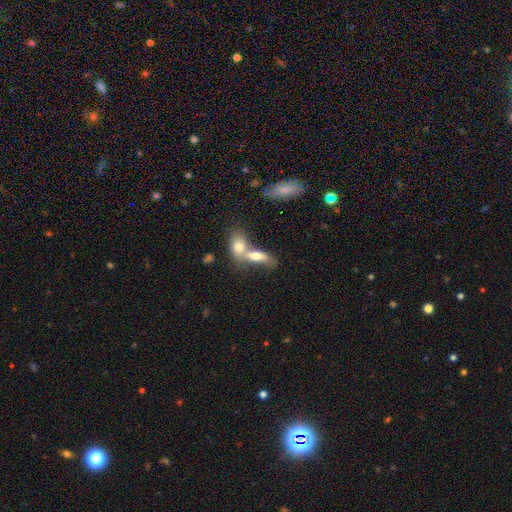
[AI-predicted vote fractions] Smooth or featured? smooth (70%)
How rounded? in between (72%)
Merging? merger (66%)